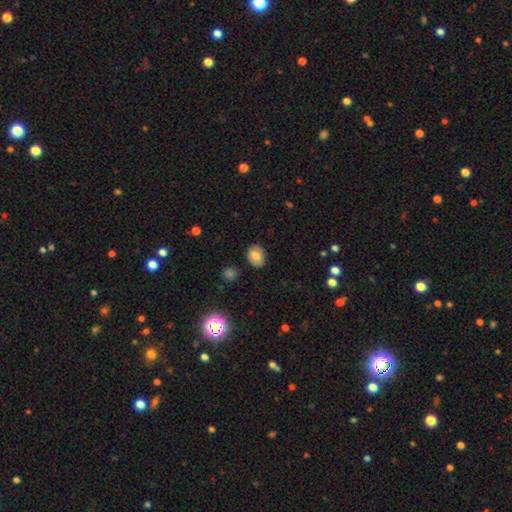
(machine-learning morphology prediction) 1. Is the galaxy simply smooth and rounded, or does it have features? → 74% smooth, 16% featured or disk, 10% star or artifact.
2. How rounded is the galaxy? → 60% in between, 39% round, 1% cigar-shaped.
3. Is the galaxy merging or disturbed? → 86% none, 10% minor disturbance, 2% major disturbance, 2% merger.